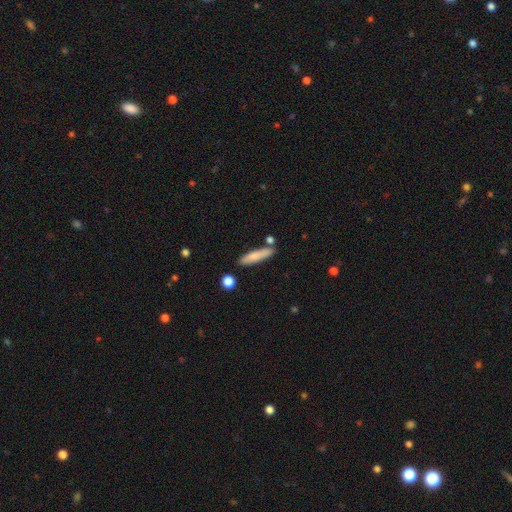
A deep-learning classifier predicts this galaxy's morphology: smooth 78%, featured or disk 16%, star or artifact 6%. Down the decision tree: how rounded — cigar-shaped (83%); merging — none (81%).